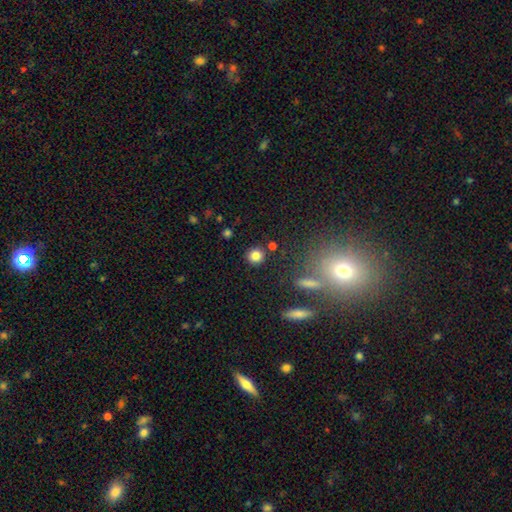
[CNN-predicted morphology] A smooth galaxy with no disk features (82%) that is round (89%). Merging: none (85%).